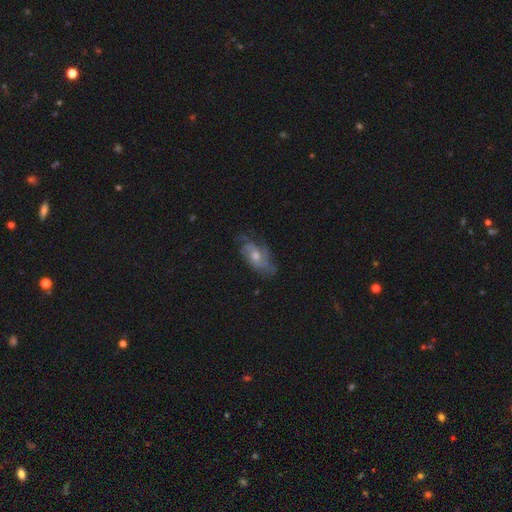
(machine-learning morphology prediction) smooth-or-featured: featured or disk: 72% | smooth: 18% | star or artifact: 10%
  disk-edge-on: no: 92% | yes: 8%
    bar: no: 68% | weak: 28% | strong: 4%
    has-spiral-arms: yes: 89% | no: 11%
      spiral-winding: medium: 44% | tight: 37% | loose: 19%
      spiral-arm-count: can't tell: 32% (tied) | 2: 32% (tied) | 3: 20% | 4: 7% | 1: 5% | more than 4: 4%
    bulge-size: moderate: 60% | small: 30% | large: 5% | none: 3% | dominant: 1%
  merging: none: 67% | minor disturbance: 21% | major disturbance: 10% | merger: 2%